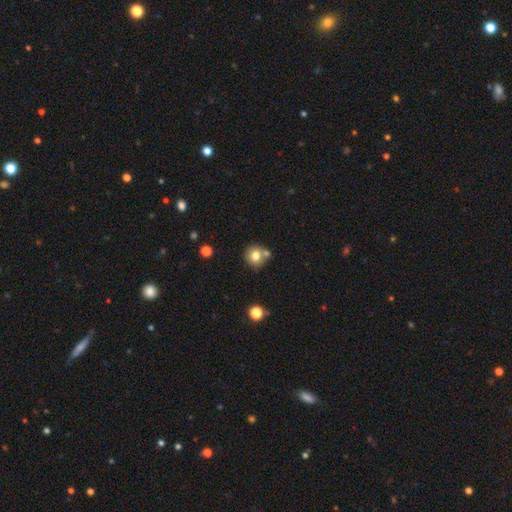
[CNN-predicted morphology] Q: Smooth or featured?
A: smooth (77%); runner-up: featured or disk (12%)
Q: How rounded?
A: round (90%); runner-up: in between (9%)
Q: Merging?
A: none (64%); runner-up: merger (23%)